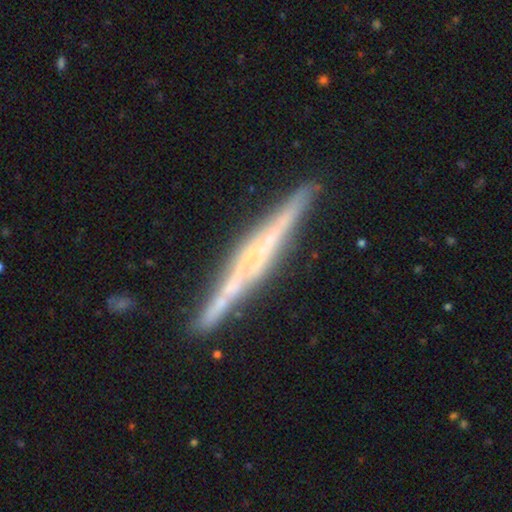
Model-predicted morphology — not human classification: The model was most divided on "edge-on bulge": none: 45%, rounded: 28%, boxy: 27%. More confident: edge-on disk — yes (98%); merging — none (87%); smooth or featured — featured or disk (79%).